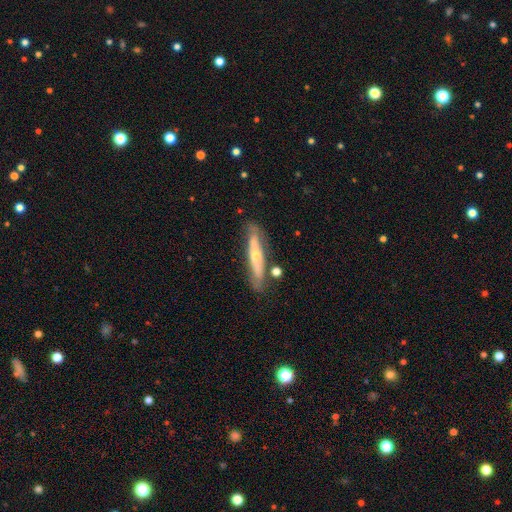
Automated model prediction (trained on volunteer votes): Smooth or featured: featured or disk — 61% (smooth — 33%)
Edge-on disk: yes — 62% (no — 38%)
Merging: none — 72% (minor disturbance — 17%)